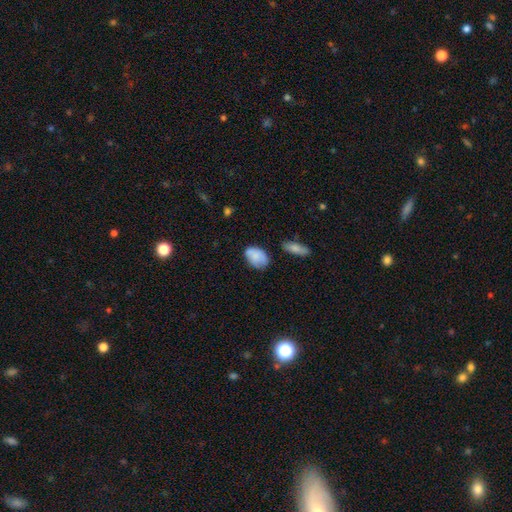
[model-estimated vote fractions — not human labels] A smooth galaxy with no disk features (83%) that is in between round and cigar-shaped (84%). Merging: none (63%).